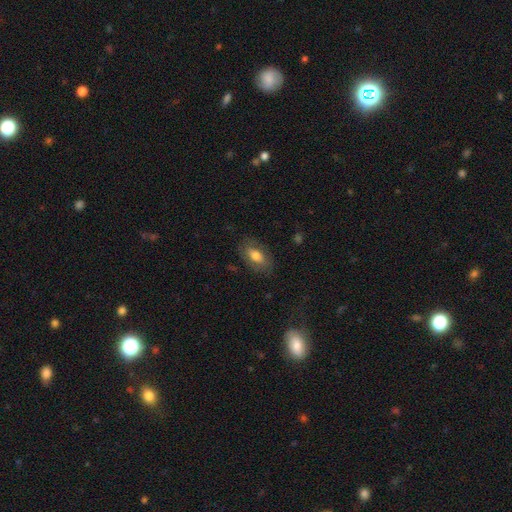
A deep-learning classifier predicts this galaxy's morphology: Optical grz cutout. It shows a smooth galaxy with no disk features (68%) that is in between round and cigar-shaped (89%). Merging: none (77%).